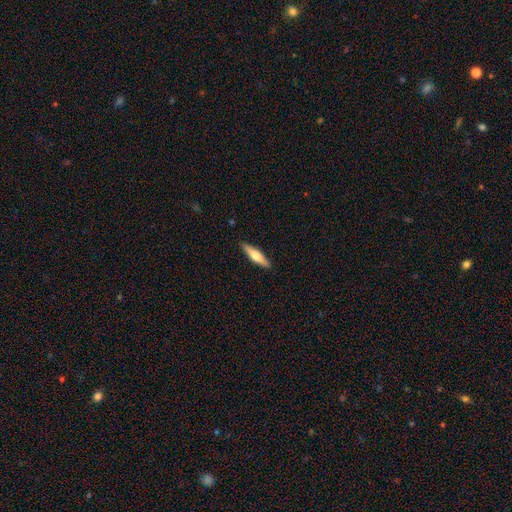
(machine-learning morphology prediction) A smooth galaxy with no disk features (48%). Merging: none (90%).